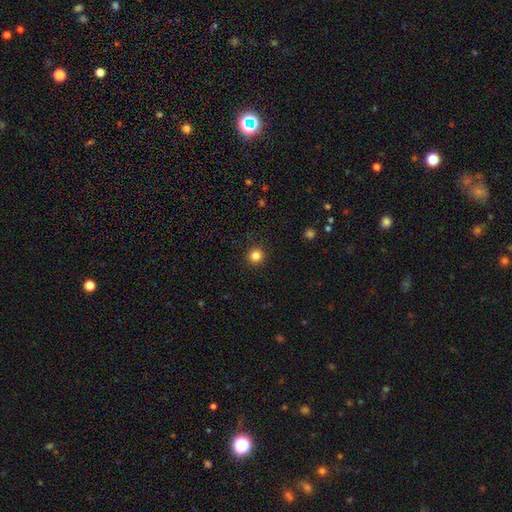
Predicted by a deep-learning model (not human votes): This is clearly a smooth galaxy (83%). How rounded: clearly round (95%). Merging: clearly none (92%).